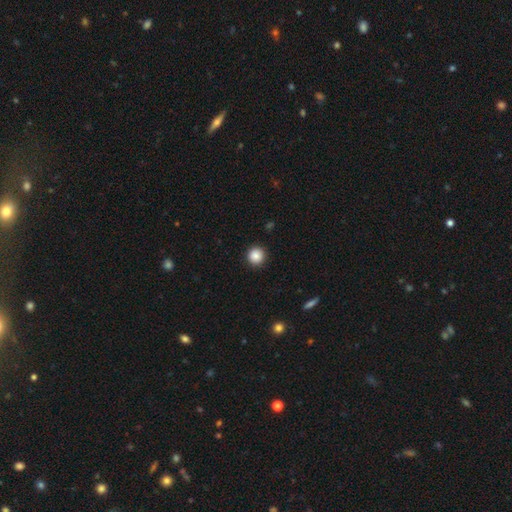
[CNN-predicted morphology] smooth 87%, star or artifact 10%, featured or disk 4%. Down the decision tree: how rounded — round (95%); merging — none (92%).